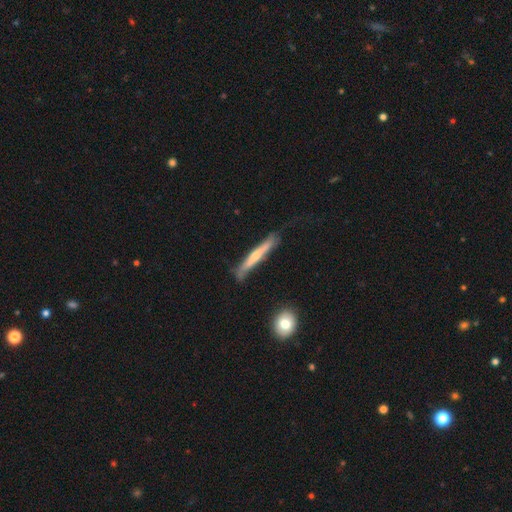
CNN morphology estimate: smooth_or_featured: smooth (p=0.49) [alt: featured or disk p=0.46]
merging: none (p=0.71) [alt: minor disturbance p=0.21]